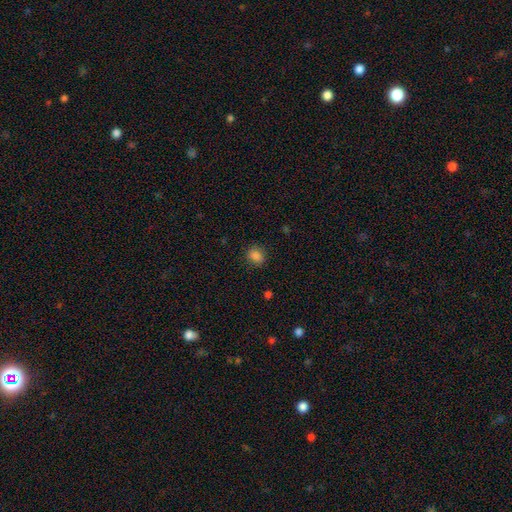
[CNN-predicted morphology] The model was most divided on "how rounded": round: 59%, in between: 40%, cigar-shaped: 1%. More confident: merging — none (86%); smooth or featured — smooth (84%).